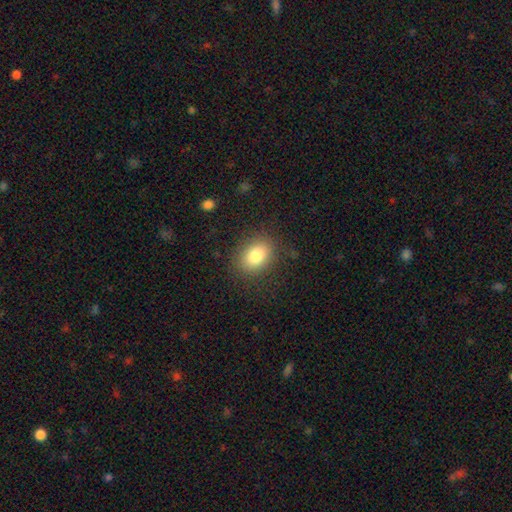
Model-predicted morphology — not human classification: Smooth or featured: smooth — 82% (star or artifact — 9%)
How rounded: in between — 61% (round — 38%)
Merging: none — 85% (minor disturbance — 10%)